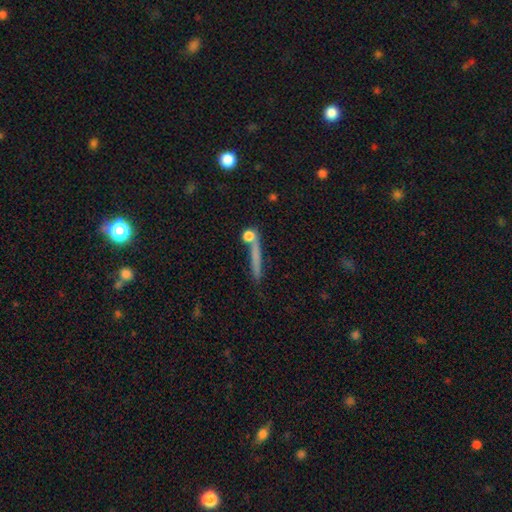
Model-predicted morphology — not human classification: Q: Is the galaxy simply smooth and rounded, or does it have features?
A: smooth — 60%.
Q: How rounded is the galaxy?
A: cigar-shaped — 88%.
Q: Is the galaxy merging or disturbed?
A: none — 71%.